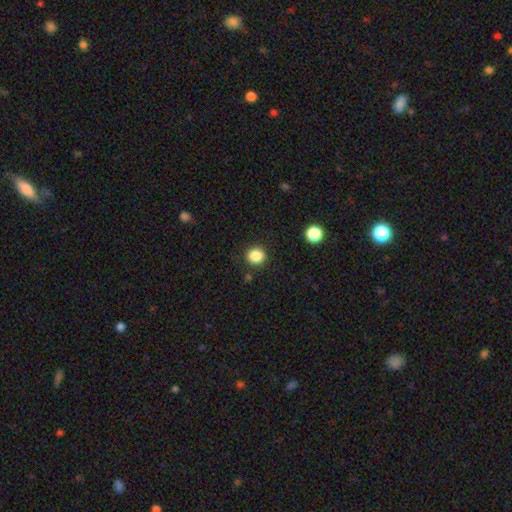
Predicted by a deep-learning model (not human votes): smooth-or-featured: smooth: 86% | star or artifact: 11% | featured or disk: 4%
  how-rounded: round: 85% | in between: 14% | cigar-shaped: 1%
  merging: none: 89% | minor disturbance: 7% | major disturbance: 2% | merger: 2%